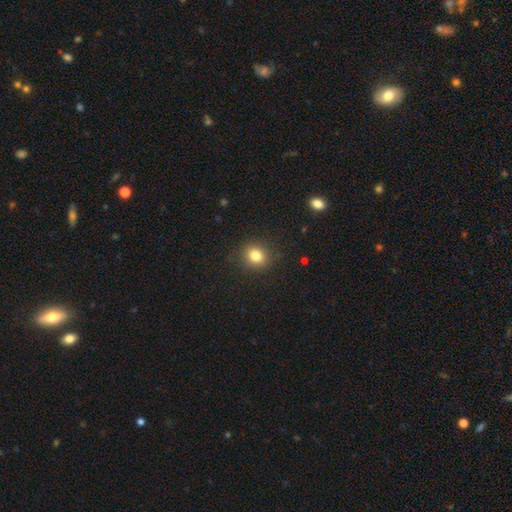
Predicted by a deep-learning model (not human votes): Smooth or featured? Predicted: smooth (p=0.82). How rounded? Predicted: round (p=0.72). Merging? Predicted: none (p=0.88).